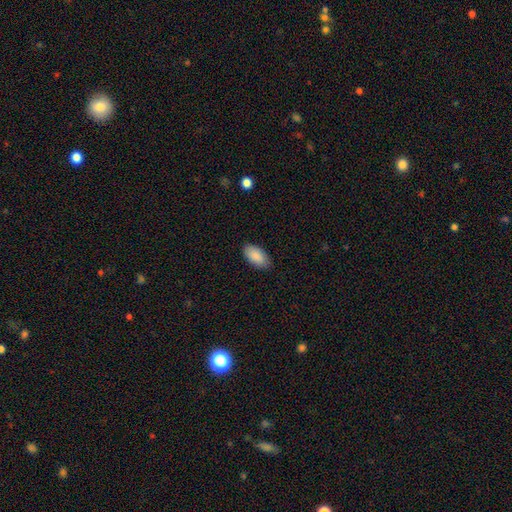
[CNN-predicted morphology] smooth 90%, star or artifact 6%, featured or disk 4%. Down the decision tree: how rounded — in between (95%); merging — none (85%).